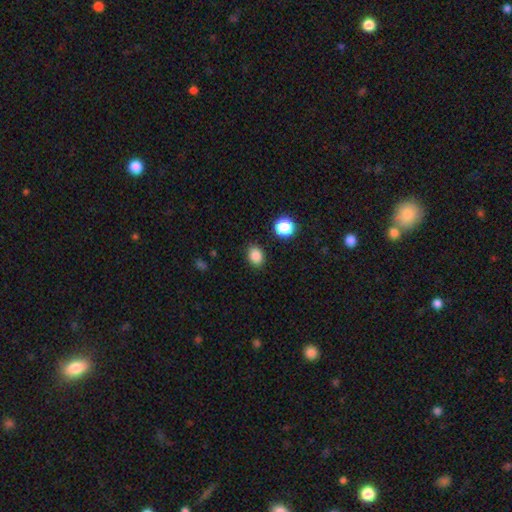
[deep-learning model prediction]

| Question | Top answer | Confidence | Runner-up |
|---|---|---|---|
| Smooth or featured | smooth | 85% | star or artifact (11%) |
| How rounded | in between | 61% | round (38%) |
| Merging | none | 87% | minor disturbance (9%) |